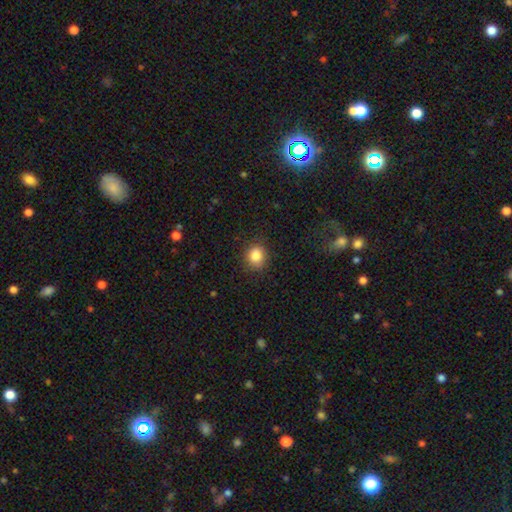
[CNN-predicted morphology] A smooth galaxy with no disk features (85%) that is round (76%).

Vote fractions:
- Smooth or featured? smooth: 85% / star or artifact: 10% / featured or disk: 5%
- How rounded? round: 76% / in between: 23% / cigar-shaped: 1%
- Merging? none: 85% / minor disturbance: 11% / major disturbance: 3% / merger: 1%